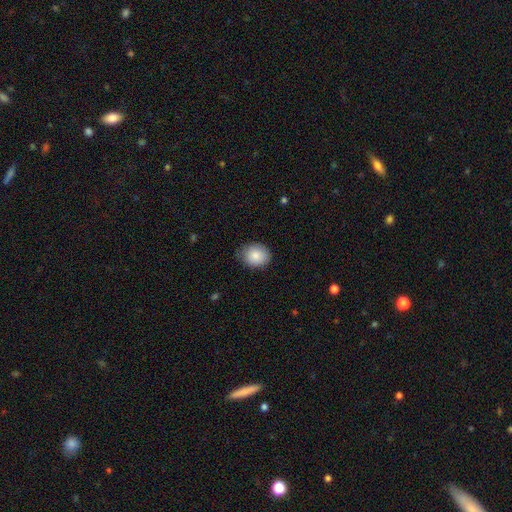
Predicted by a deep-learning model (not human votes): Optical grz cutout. It shows a smooth galaxy with no disk features (86%) that is round (59%). Merging: none (75%).